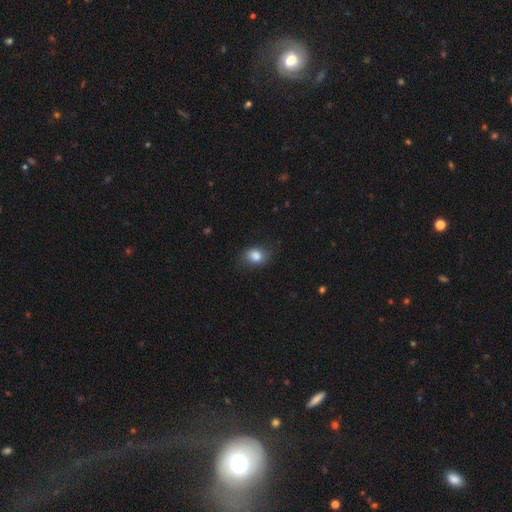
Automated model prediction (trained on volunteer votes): Overall: smooth (84%). How rounded: in between (60%; round 38%). Merging: none (72%).